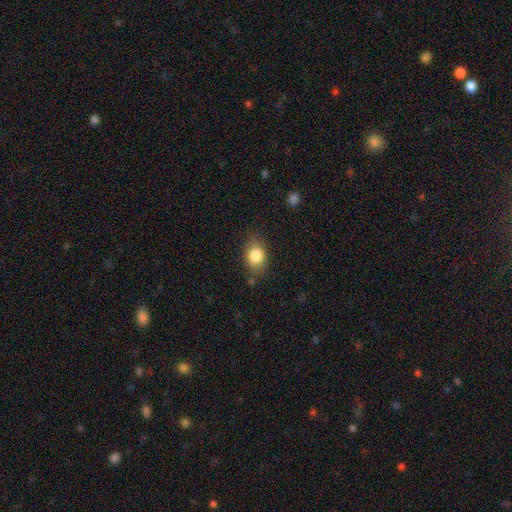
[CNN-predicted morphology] This appears to be a smooth galaxy with no disk features (84%) that is in between round and cigar-shaped (62%). Merging: none (78%).